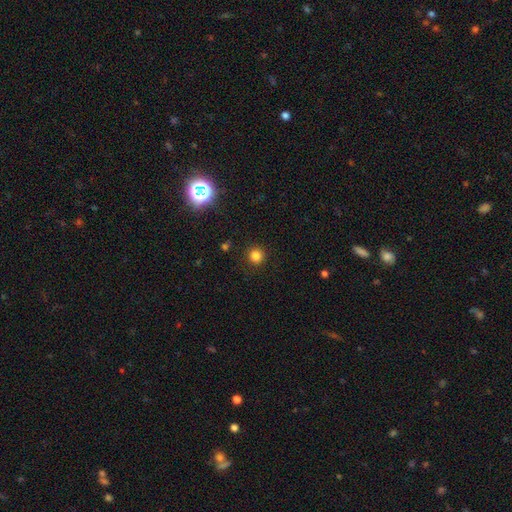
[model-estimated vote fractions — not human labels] Morphology: type=smooth (82%); roundness=round (95%); merging=none (91%).